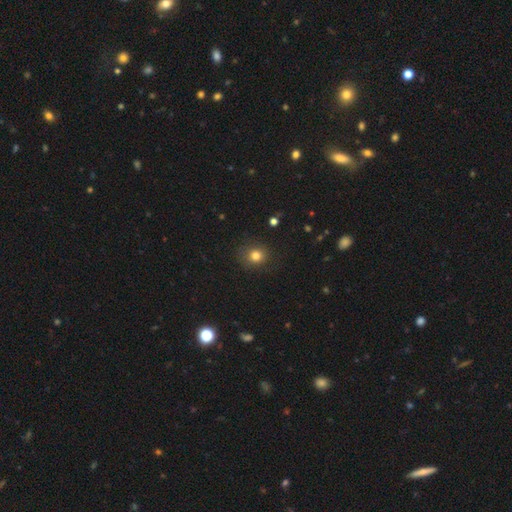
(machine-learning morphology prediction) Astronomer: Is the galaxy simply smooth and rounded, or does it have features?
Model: smooth — 80%.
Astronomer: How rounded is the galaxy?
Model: round — 81%.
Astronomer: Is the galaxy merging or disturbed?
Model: none — 84%.